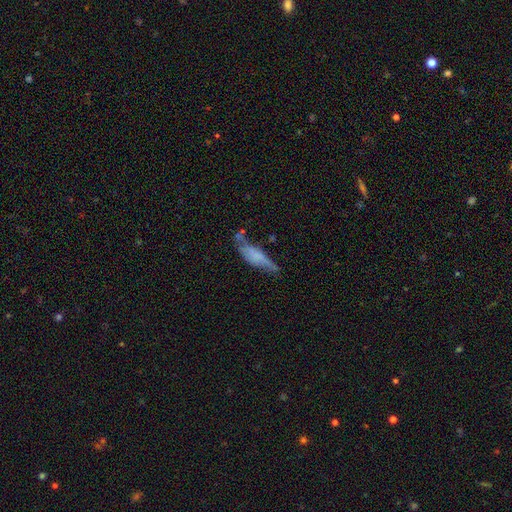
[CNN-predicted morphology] smooth_or_featured: smooth (p=0.49) [alt: featured or disk p=0.42]
merging: none (p=0.38) [alt: minor disturbance p=0.31]